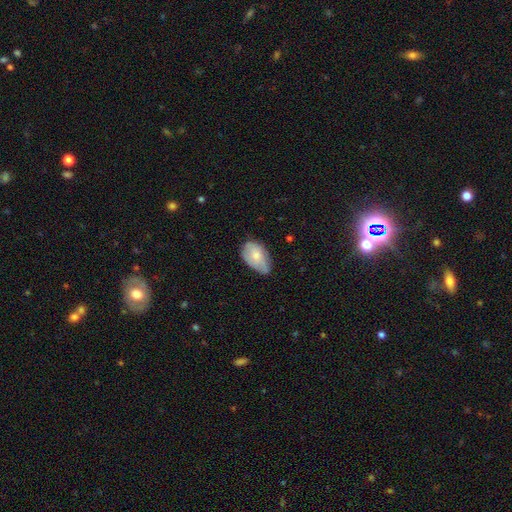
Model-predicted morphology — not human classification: type=smooth (71%); roundness=in between (92%); merging=none (50%).